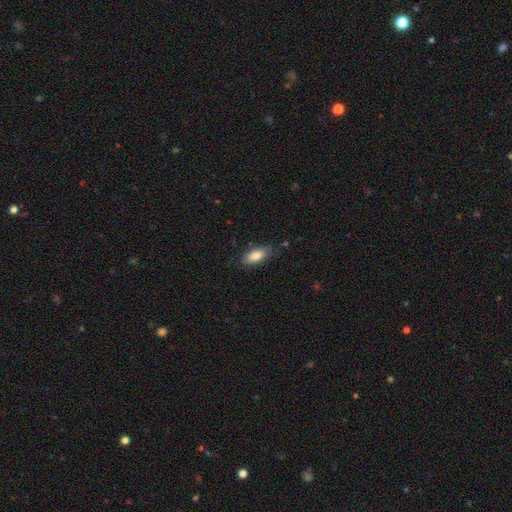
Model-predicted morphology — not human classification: The model was most divided on "merging": none: 77%, minor disturbance: 18%, major disturbance: 4%, merger: 2%. More confident: how rounded — in between (86%); smooth or featured — smooth (84%).